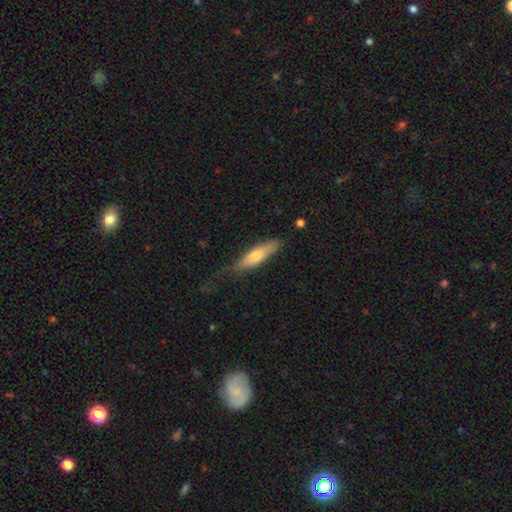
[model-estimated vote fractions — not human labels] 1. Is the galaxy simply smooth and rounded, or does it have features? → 67% smooth, 27% featured or disk, 5% star or artifact.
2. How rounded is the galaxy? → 65% cigar-shaped, 33% in between, 2% round.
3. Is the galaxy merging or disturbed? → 55% none, 30% minor disturbance, 12% major disturbance, 2% merger.